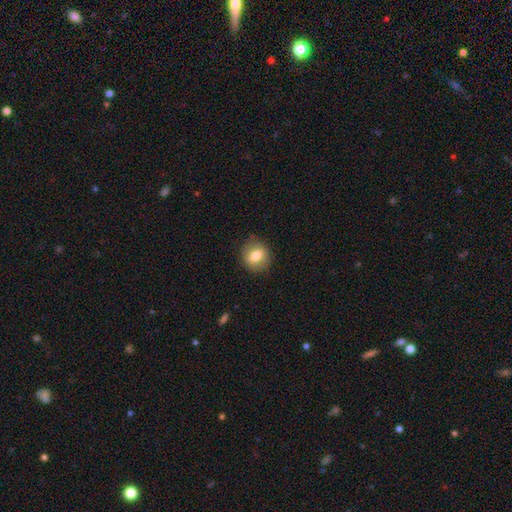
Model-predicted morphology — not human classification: This is likely a smooth galaxy (73%). How rounded: likely round (71%). Merging: clearly none (85%).